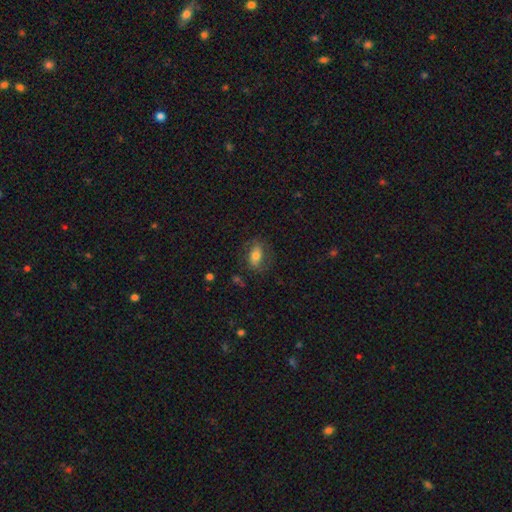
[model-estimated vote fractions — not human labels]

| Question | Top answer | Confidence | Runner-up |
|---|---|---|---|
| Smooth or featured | smooth | 66% | featured or disk (25%) |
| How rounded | in between | 84% | round (11%) |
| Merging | none | 70% | minor disturbance (18%) |